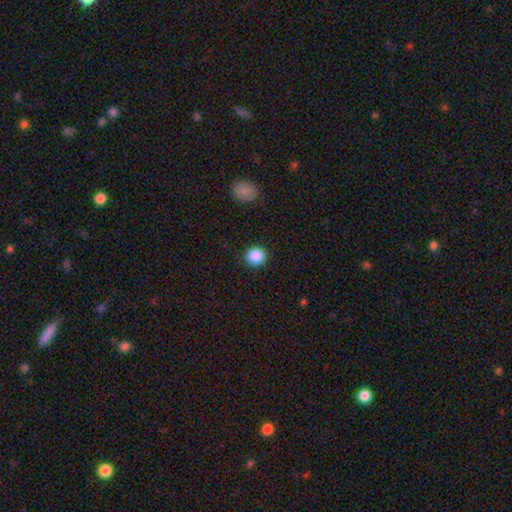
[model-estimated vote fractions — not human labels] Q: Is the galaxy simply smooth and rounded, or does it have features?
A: smooth — 88%.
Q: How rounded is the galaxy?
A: round — 88%.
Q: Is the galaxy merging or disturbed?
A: none — 91%.